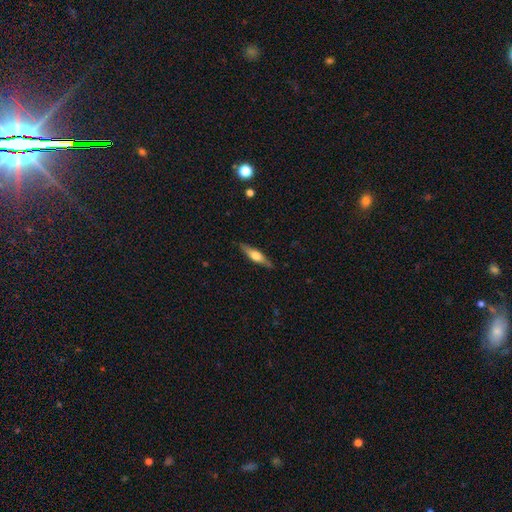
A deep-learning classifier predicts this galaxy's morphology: Q: Smooth or featured?
A: featured or disk (58%); runner-up: smooth (36%)
Q: Edge-on disk?
A: yes (95%); runner-up: no (5%)
Q: Edge-on bulge?
A: rounded (89%); runner-up: boxy (8%)
Q: Merging?
A: none (86%); runner-up: minor disturbance (11%)